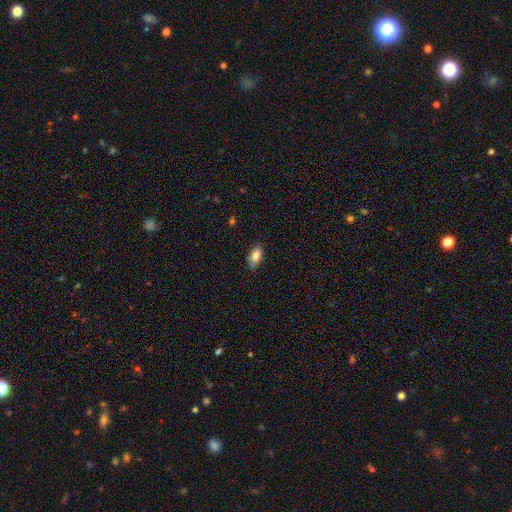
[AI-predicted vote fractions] A smooth galaxy with no disk features (82%) that is in between round and cigar-shaped (87%). Merging: none (78%).